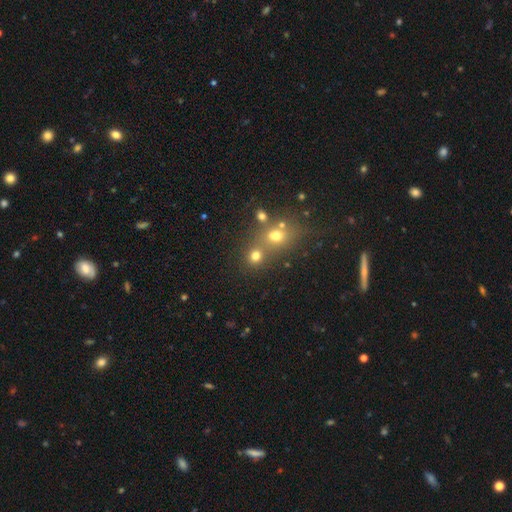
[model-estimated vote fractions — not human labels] smooth 71%, star or artifact 19%, featured or disk 10%. Down the decision tree: how rounded — round (79%); merging — none (52%).